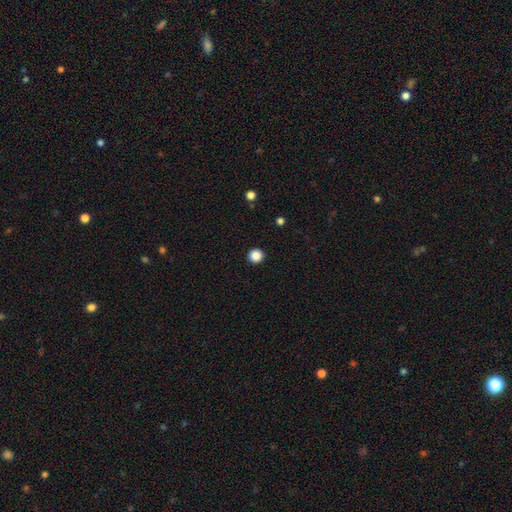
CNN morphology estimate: smooth 87%, star or artifact 10%, featured or disk 2%. Down the decision tree: how rounded — round (95%); merging — none (94%).